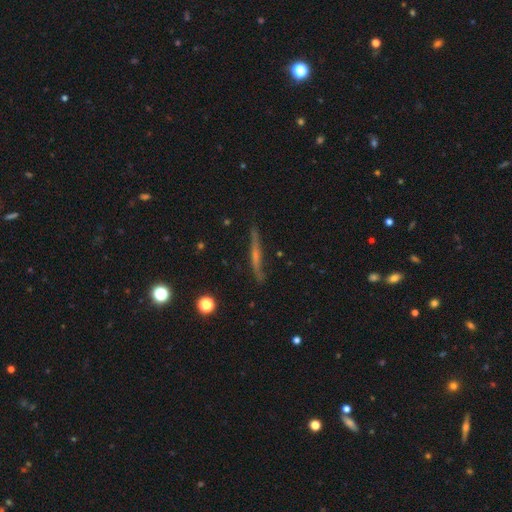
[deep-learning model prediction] smooth_or_featured: featured or disk (p=0.65) [alt: smooth p=0.26]
disk_edge_on: yes (p=0.95) [alt: no p=0.05]
edge_on_bulge: rounded (p=0.47) [alt: none p=0.43]
merging: none (p=0.84) [alt: minor disturbance p=0.12]